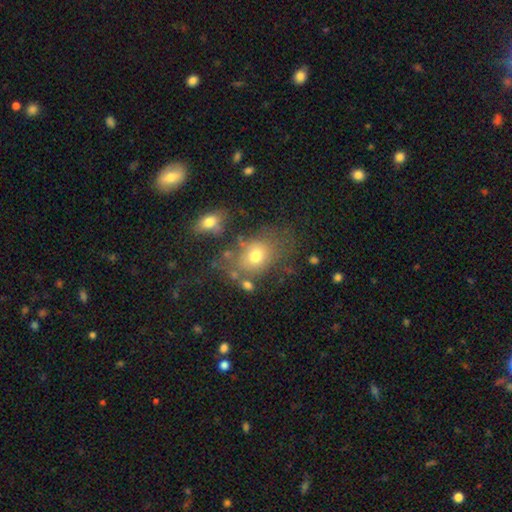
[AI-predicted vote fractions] smooth_or_featured: smooth (p=0.69) [alt: featured or disk p=0.18]
how_rounded: in between (p=0.60) [alt: round p=0.39]
merging: none (p=0.56) [alt: minor disturbance p=0.20]